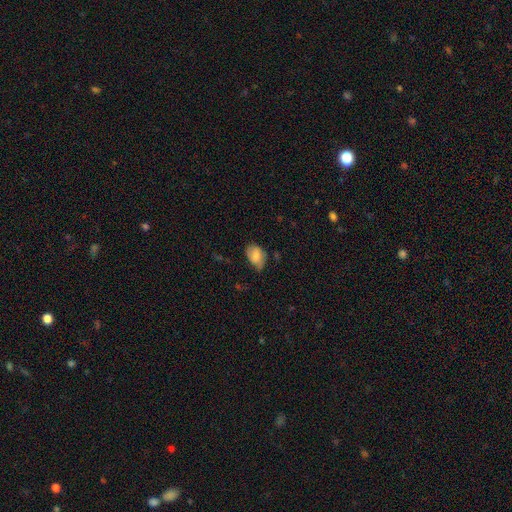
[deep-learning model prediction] smooth-or-featured: smooth: 77% | featured or disk: 16% | star or artifact: 8%
  how-rounded: in between: 82% | round: 17% | cigar-shaped: 1%
  merging: none: 50% | minor disturbance: 39% | major disturbance: 10% | merger: 2%